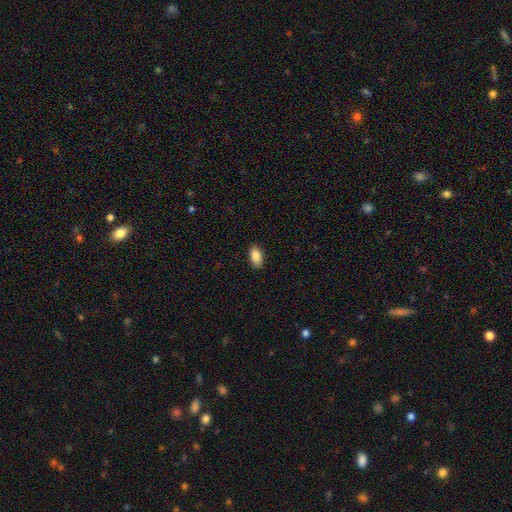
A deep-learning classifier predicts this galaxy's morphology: The model was most divided on "merging": none: 87%, minor disturbance: 10%, major disturbance: 2%, merger: 1%. More confident: how rounded — in between (92%); smooth or featured — smooth (87%).